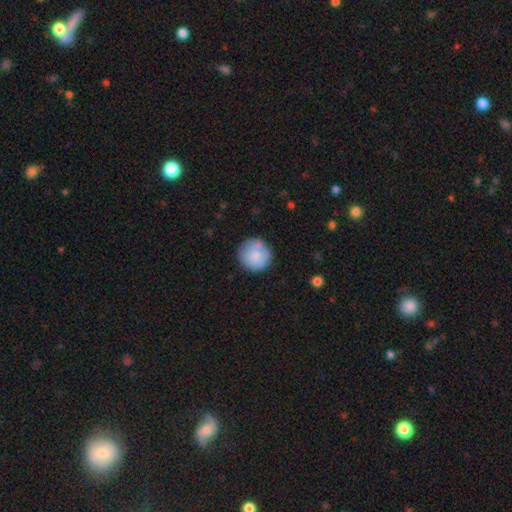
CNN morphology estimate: smooth 81%, featured or disk 12%, star or artifact 7%. Down the decision tree: how rounded — round (94%); merging — none (79%).